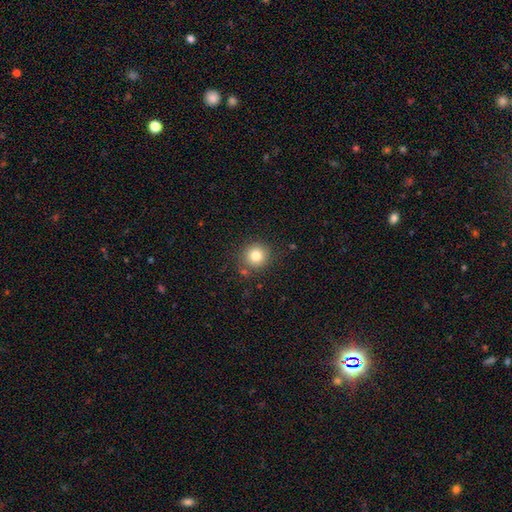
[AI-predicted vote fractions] Smooth or featured?
  - smooth: 80% *
  - star or artifact: 12%
  - featured or disk: 8%
How rounded?
  - round: 92% *
  - in between: 7%
  - cigar-shaped: 1%
Merging?
  - none: 84% *
  - minor disturbance: 10%
  - merger: 4%
  - major disturbance: 3%